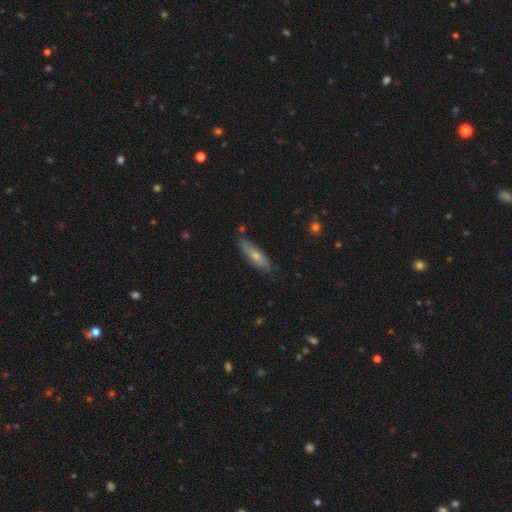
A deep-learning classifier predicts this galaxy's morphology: smooth 56%, featured or disk 38%, star or artifact 6%. Down the decision tree: how rounded — cigar-shaped (64%); merging — none (78%).